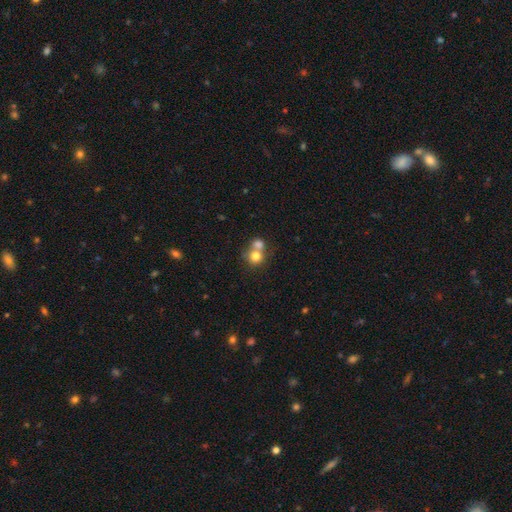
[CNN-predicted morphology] Smooth or featured?
  - smooth: 77% *
  - featured or disk: 13%
  - star or artifact: 10%
How rounded?
  - round: 84% *
  - in between: 15%
  - cigar-shaped: 1%
Merging?
  - merger: 57% *
  - none: 34%
  - minor disturbance: 6%
  - major disturbance: 3%